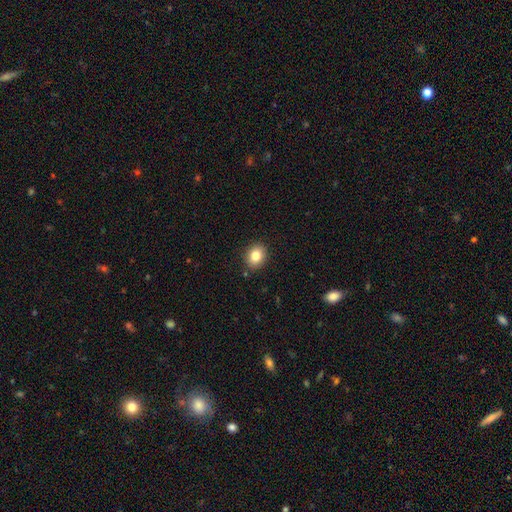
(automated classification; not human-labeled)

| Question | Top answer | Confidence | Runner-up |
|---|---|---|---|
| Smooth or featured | smooth | 83% | star or artifact (10%) |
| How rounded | round | 50% | in between (49%) |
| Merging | none | 88% | minor disturbance (8%) |